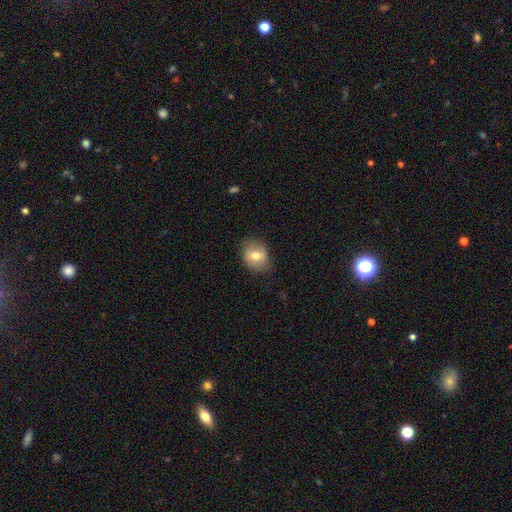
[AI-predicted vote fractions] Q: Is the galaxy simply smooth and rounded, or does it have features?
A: smooth — 70%.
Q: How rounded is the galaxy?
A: round — 51%.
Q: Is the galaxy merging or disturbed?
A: none — 79%.